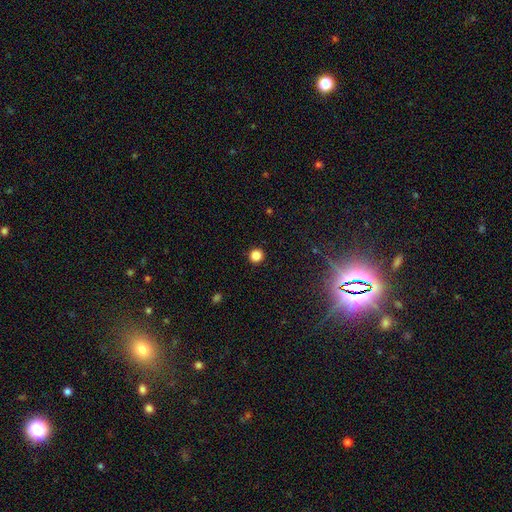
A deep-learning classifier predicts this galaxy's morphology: The model was most divided on "smooth or featured": smooth: 85%, star or artifact: 12%, featured or disk: 3%. More confident: how rounded — round (94%); merging — none (93%).